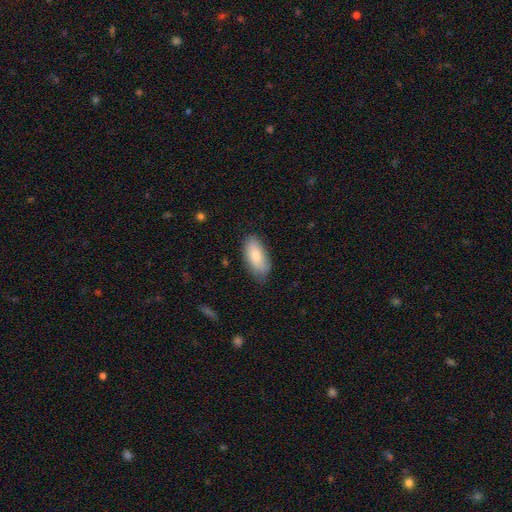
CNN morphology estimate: A smooth galaxy with no disk features (79%) that is in between round and cigar-shaped (91%). Merging: none (71%).